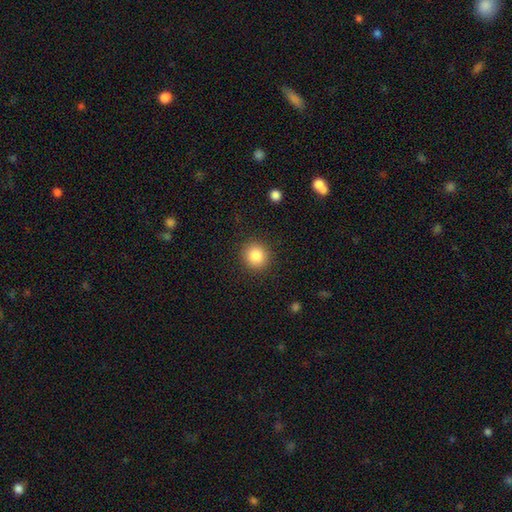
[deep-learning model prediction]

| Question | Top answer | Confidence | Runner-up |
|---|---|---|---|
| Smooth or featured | smooth | 85% | star or artifact (9%) |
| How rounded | round | 90% | in between (9%) |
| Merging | none | 90% | minor disturbance (6%) |